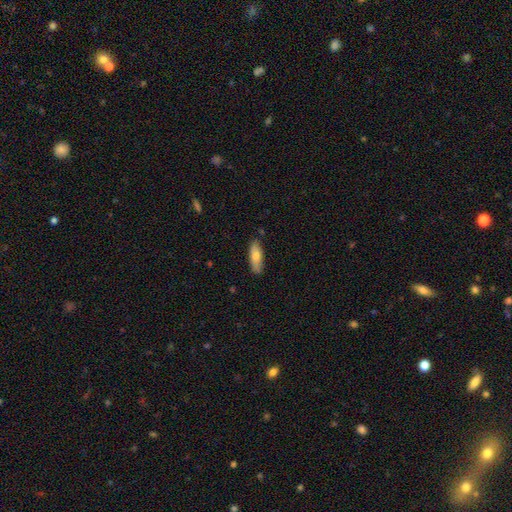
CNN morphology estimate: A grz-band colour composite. It shows a smooth galaxy with no disk features (71%) that is in between round and cigar-shaped (52%). Merging: none (82%).